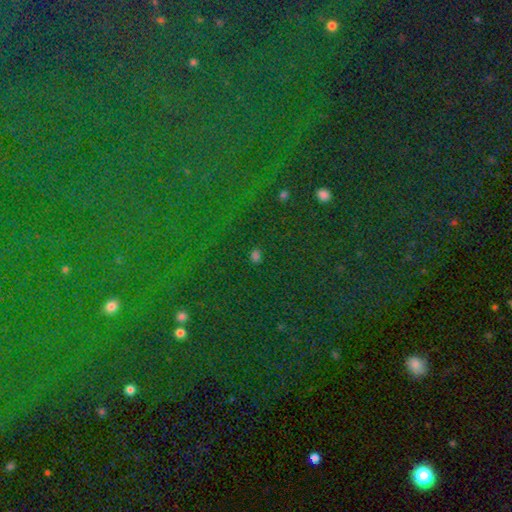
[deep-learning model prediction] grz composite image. It shows a star or artifact, not a galaxy (49%).